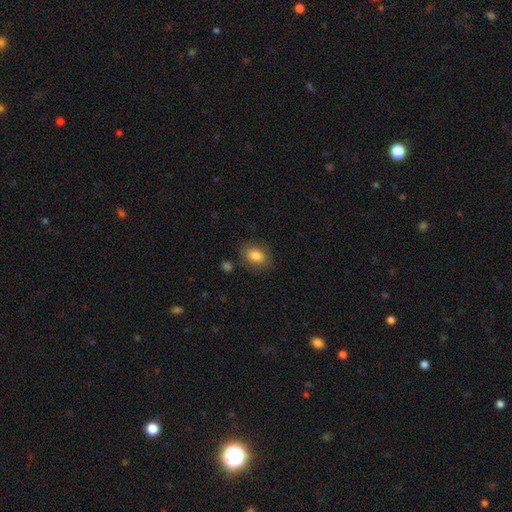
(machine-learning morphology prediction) type=smooth (81%); roundness=in between (71%); merging=none (79%).